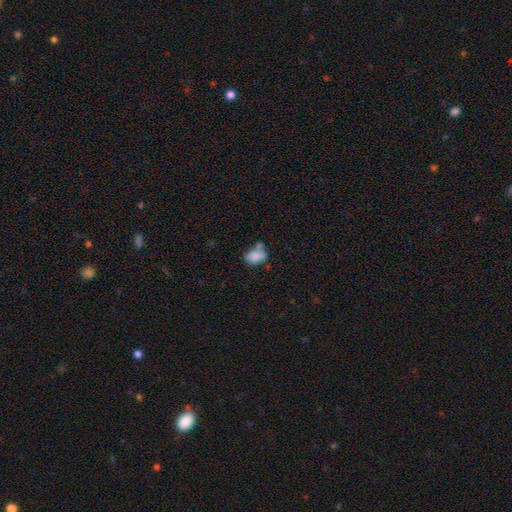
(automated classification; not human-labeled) Smooth or featured?
  - smooth: 79% *
  - featured or disk: 11%
  - star or artifact: 10%
How rounded?
  - in between: 77% *
  - round: 22%
  - cigar-shaped: 1%
Merging?
  - none: 39% *
  - merger: 26%
  - minor disturbance: 25%
  - major disturbance: 11%